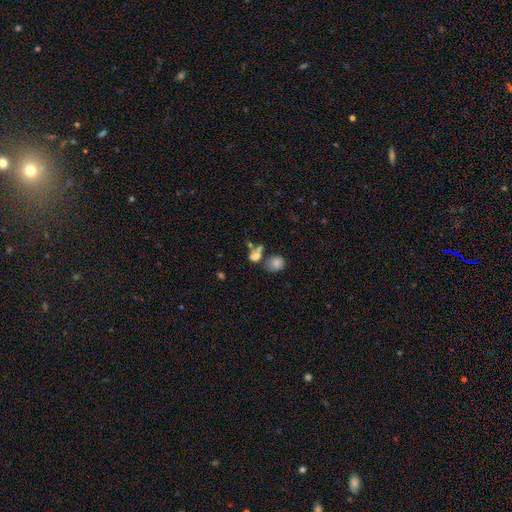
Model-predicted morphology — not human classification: A smooth galaxy with no disk features (68%) that is in between round and cigar-shaped (59%).

Vote fractions:
- Smooth or featured? smooth: 68% / featured or disk: 17% / star or artifact: 15%
- How rounded? in between: 59% / round: 37% / cigar-shaped: 4%
- Merging? merger: 48% / none: 31% / minor disturbance: 11% / major disturbance: 10%